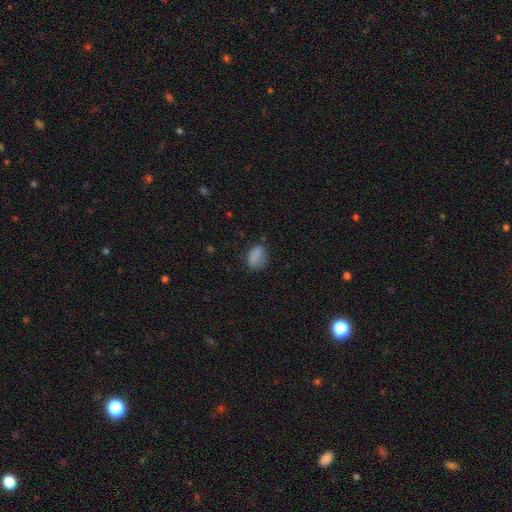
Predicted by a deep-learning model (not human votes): smooth-or-featured: smooth: 80% | star or artifact: 12% | featured or disk: 8%
  how-rounded: in between: 72% | round: 25% | cigar-shaped: 2%
  merging: none: 59% | minor disturbance: 27% | major disturbance: 11% | merger: 4%